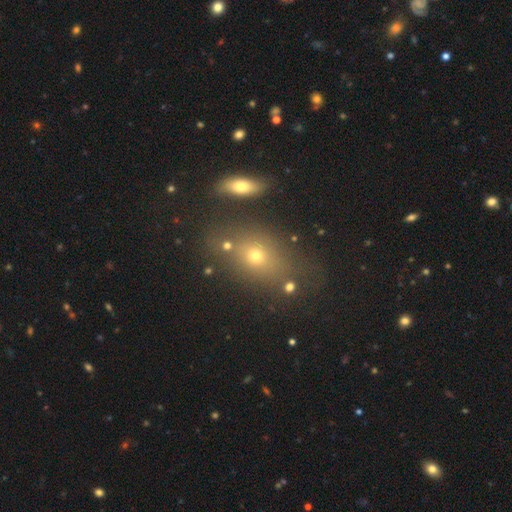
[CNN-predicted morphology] This is likely a smooth galaxy (64%). How rounded: likely in between (66%). Merging: likely none (64%).